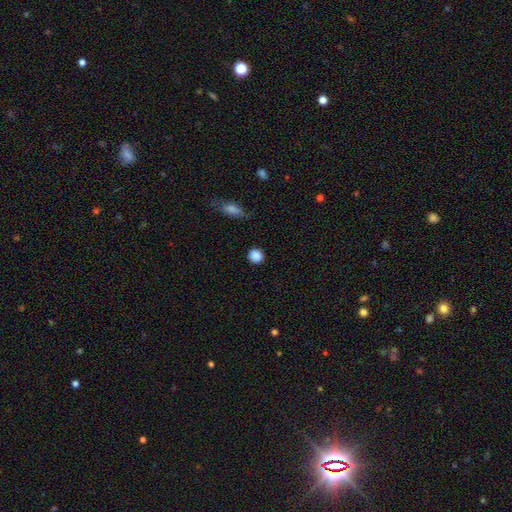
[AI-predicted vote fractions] smooth-or-featured: smooth: 88% | star or artifact: 9% | featured or disk: 3%
  how-rounded: round: 87% | in between: 12% | cigar-shaped: 1%
  merging: none: 88% | minor disturbance: 8% | major disturbance: 3% | merger: 2%